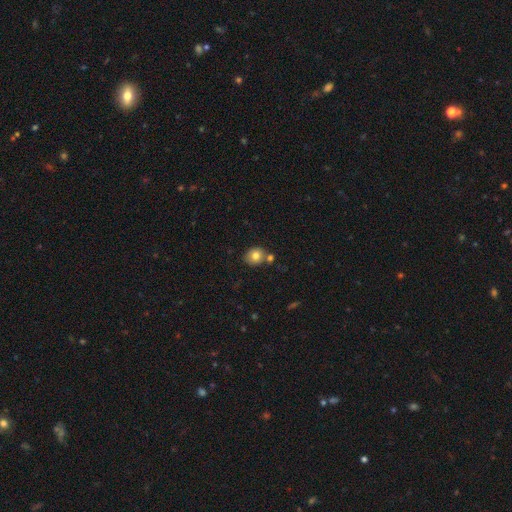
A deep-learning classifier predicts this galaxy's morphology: smooth_or_featured: smooth (p=0.78) [alt: featured or disk p=0.12]
how_rounded: round (p=0.70) [alt: in between p=0.29]
merging: none (p=0.65) [alt: merger p=0.19]